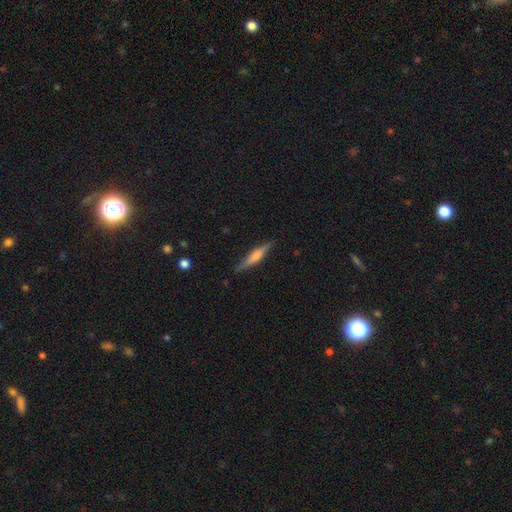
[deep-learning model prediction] Q: Smooth or featured?
A: featured or disk (63%); runner-up: smooth (30%)
Q: Edge-on disk?
A: yes (96%); runner-up: no (4%)
Q: Edge-on bulge?
A: rounded (61%); runner-up: boxy (25%)
Q: Merging?
A: none (86%); runner-up: minor disturbance (11%)